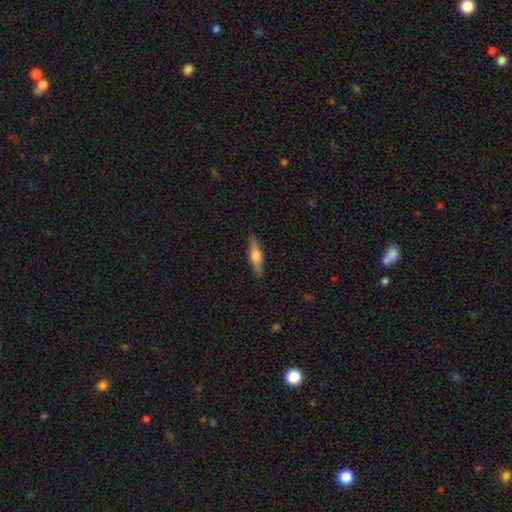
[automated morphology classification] Smooth or featured? featured or disk (57%)
Edge-on disk? yes (95%)
Edge-on bulge? rounded (88%)
Merging? none (89%)